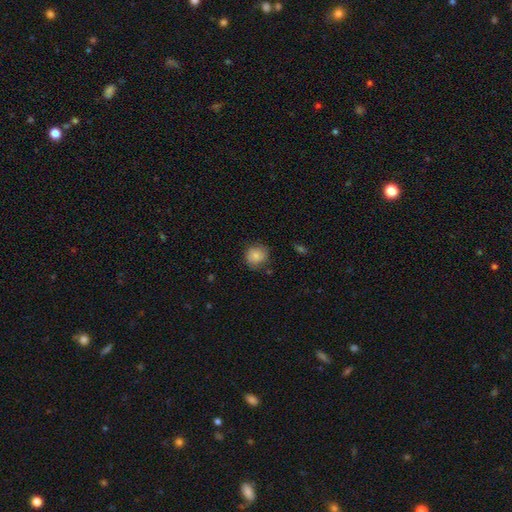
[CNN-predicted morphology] Smooth or featured?
  - smooth: 84% *
  - star or artifact: 8%
  - featured or disk: 8%
How rounded?
  - round: 82% *
  - in between: 17%
  - cigar-shaped: 1%
Merging?
  - none: 75% *
  - minor disturbance: 19%
  - major disturbance: 4%
  - merger: 2%